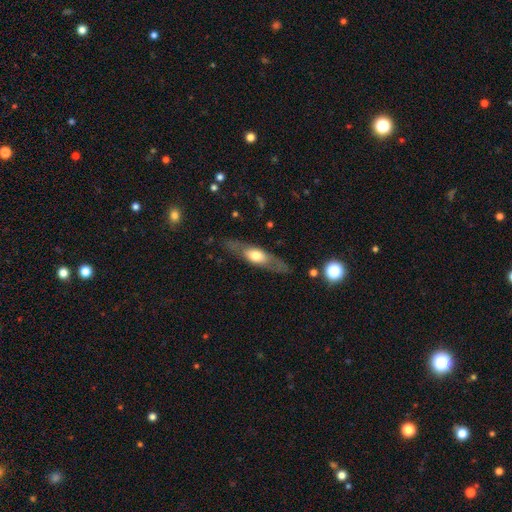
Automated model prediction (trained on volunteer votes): A featured or disk galaxy (52%) viewed edge-on (63%). Merging: none (79%).